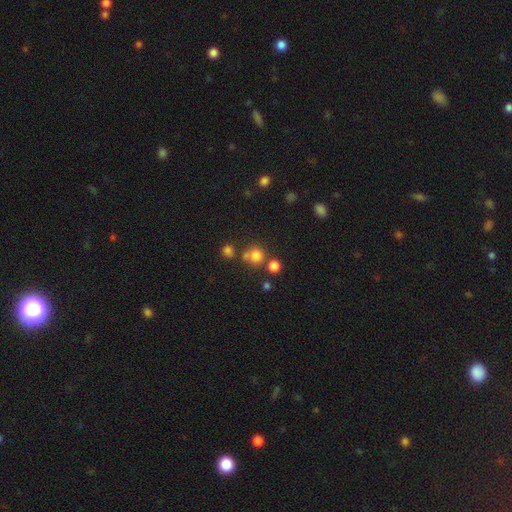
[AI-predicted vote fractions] A smooth galaxy with no disk features (76%) that is round (89%).

Vote fractions:
- Smooth or featured? smooth: 76% / star or artifact: 17% / featured or disk: 7%
- How rounded? round: 89% / in between: 10% / cigar-shaped: 1%
- Merging? none: 65% / merger: 21% / minor disturbance: 10% / major disturbance: 5%